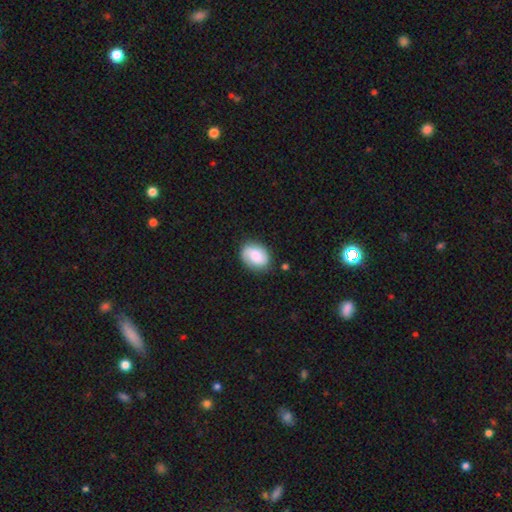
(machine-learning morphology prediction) Smooth or featured: smooth — 51% (featured or disk — 41%)
How rounded: in between — 68% (round — 31%)
Merging: none — 80% (minor disturbance — 15%)